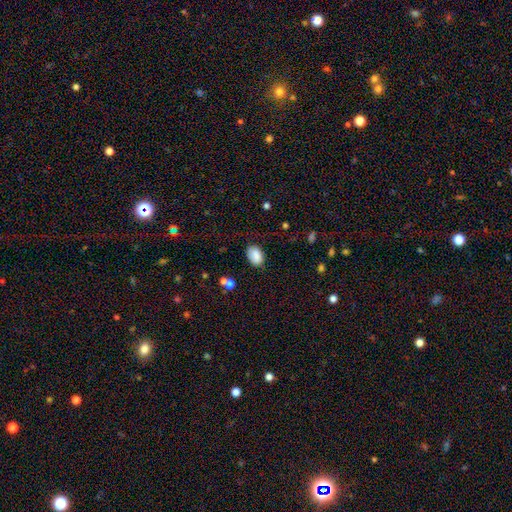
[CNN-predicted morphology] Smooth or featured: smooth — 86% (star or artifact — 8%)
How rounded: in between — 86% (round — 13%)
Merging: none — 77% (minor disturbance — 17%)